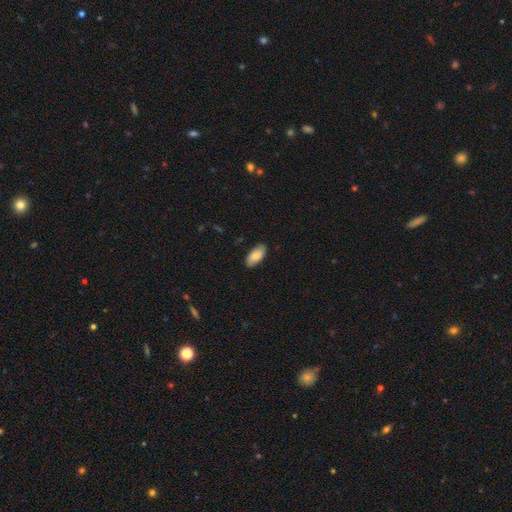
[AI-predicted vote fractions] Morphology: type=smooth (78%); roundness=in between (91%); merging=none (86%).